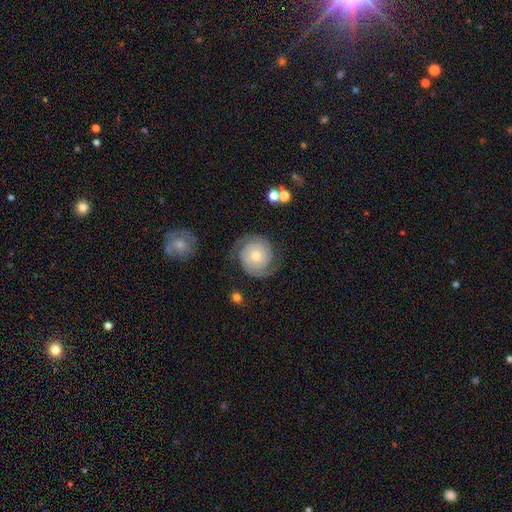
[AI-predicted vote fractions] Smooth or featured? Predicted: featured or disk (p=0.85). Edge-on disk? Predicted: no (p=0.98). Bar? Predicted: no (p=0.77). Spiral arms? Predicted: yes (p=0.97). Spiral winding? Predicted: tight (p=0.70). Spiral arm count? Predicted: 2 (p=0.89). Bulge size? Predicted: small (p=0.53). Merging? Predicted: none (p=0.80).